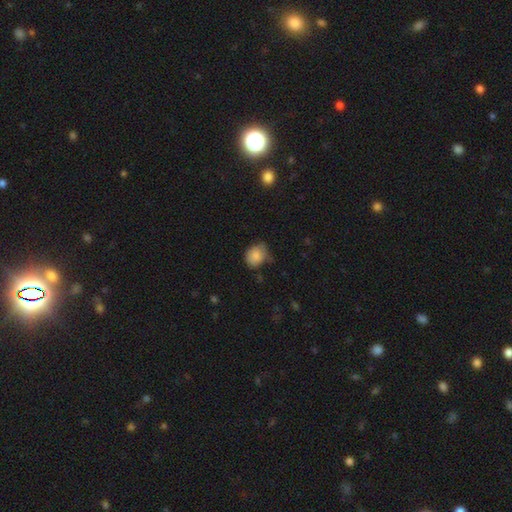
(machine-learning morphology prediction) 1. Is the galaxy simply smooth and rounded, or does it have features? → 84% smooth, 8% star or artifact, 8% featured or disk.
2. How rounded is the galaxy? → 54% round, 45% in between, 1% cigar-shaped.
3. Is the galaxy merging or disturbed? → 60% none, 32% minor disturbance, 6% major disturbance, 2% merger.